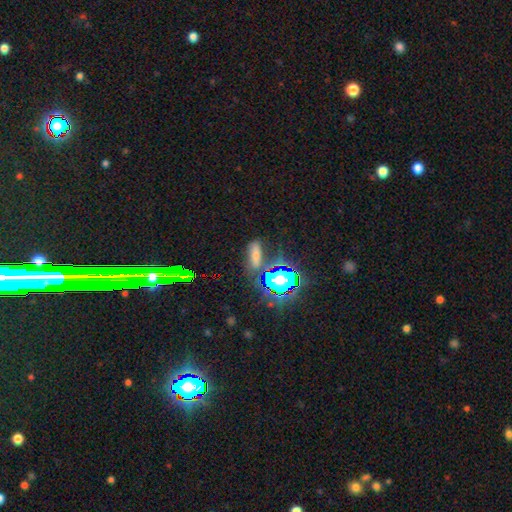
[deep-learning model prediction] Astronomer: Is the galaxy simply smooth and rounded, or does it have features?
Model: smooth — 49% (runner-up: star or artifact, 36%).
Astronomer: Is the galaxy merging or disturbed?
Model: none — 69%.